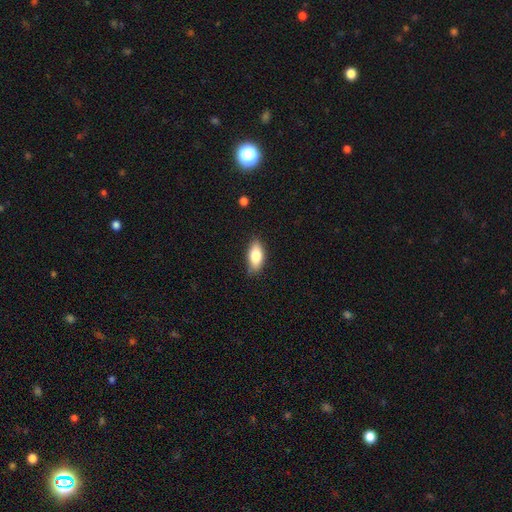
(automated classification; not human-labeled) smooth_or_featured: smooth (p=0.78) [alt: featured or disk p=0.15]
how_rounded: in between (p=0.84) [alt: cigar-shaped p=0.13]
merging: none (p=0.82) [alt: minor disturbance p=0.14]